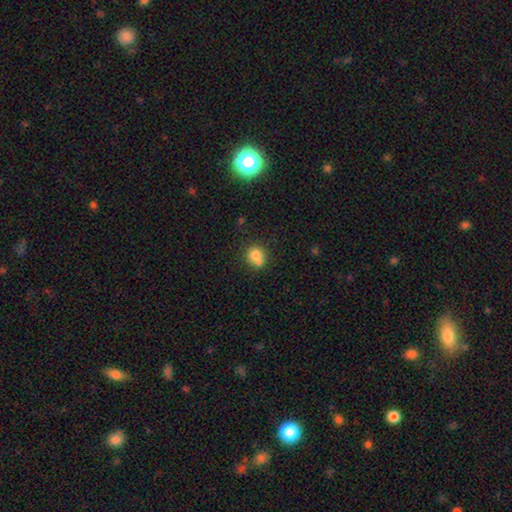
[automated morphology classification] The model was most divided on "merging": none: 49%, merger: 30%, minor disturbance: 16%, major disturbance: 5%. More confident: smooth or featured — smooth (78%); how rounded — round (76%).